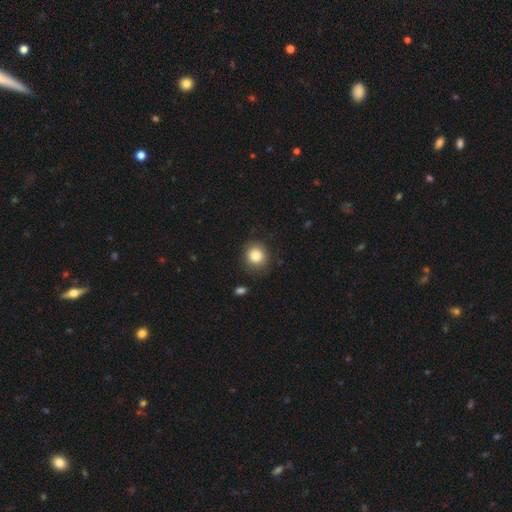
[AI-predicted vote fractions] A smooth galaxy with no disk features (83%) that is round (88%). Merging: none (84%).